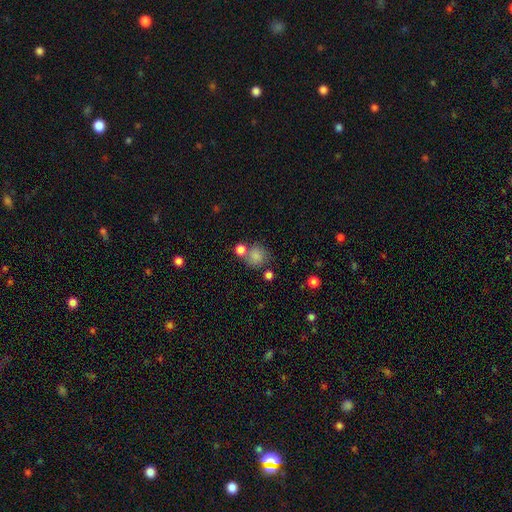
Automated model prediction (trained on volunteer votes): Smooth or featured? smooth (81%)
How rounded? round (82%)
Merging? none (60%)